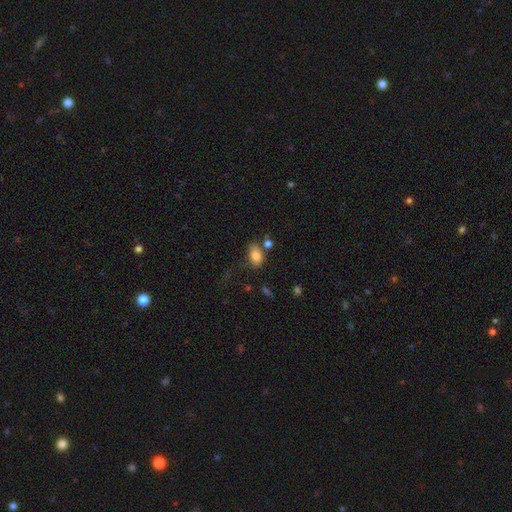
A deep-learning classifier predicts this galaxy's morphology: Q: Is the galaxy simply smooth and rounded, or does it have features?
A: smooth — 82%.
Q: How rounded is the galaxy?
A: in between — 87%.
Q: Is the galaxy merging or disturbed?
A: none — 48%.